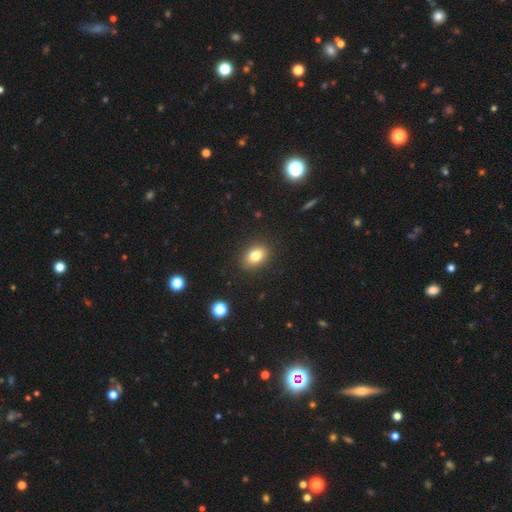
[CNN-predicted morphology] This appears to be a smooth galaxy with no disk features (80%) that is in between round and cigar-shaped (72%). Merging: none (87%).